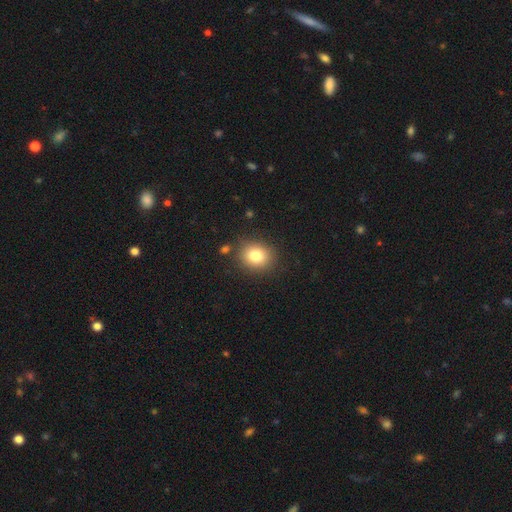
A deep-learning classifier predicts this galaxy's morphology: Q: Smooth or featured?
A: smooth (80%); runner-up: star or artifact (11%)
Q: How rounded?
A: round (67%); runner-up: in between (33%)
Q: Merging?
A: none (85%); runner-up: minor disturbance (9%)